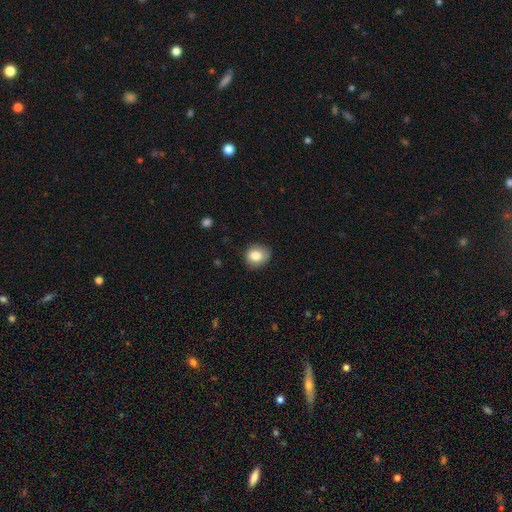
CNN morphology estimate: Smooth or featured?
  - smooth: 81% *
  - featured or disk: 9%
  - star or artifact: 9%
How rounded?
  - round: 76% *
  - in between: 23%
  - cigar-shaped: 1%
Merging?
  - none: 82% *
  - minor disturbance: 14%
  - major disturbance: 3%
  - merger: 1%